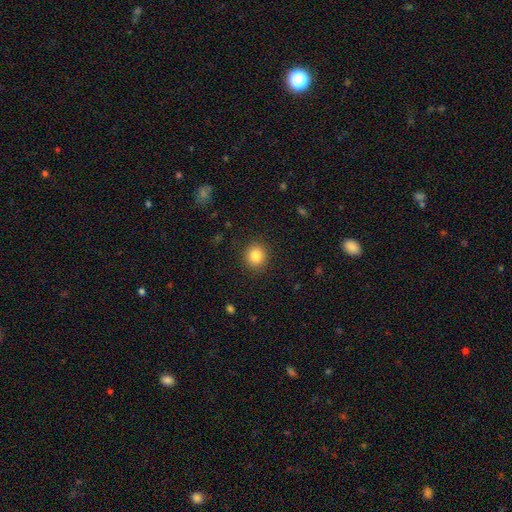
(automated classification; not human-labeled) smooth-or-featured: smooth: 84% | star or artifact: 10% | featured or disk: 6%
  how-rounded: round: 85% | in between: 14% | cigar-shaped: 1%
  merging: none: 90% | minor disturbance: 7% | major disturbance: 2% | merger: 1%